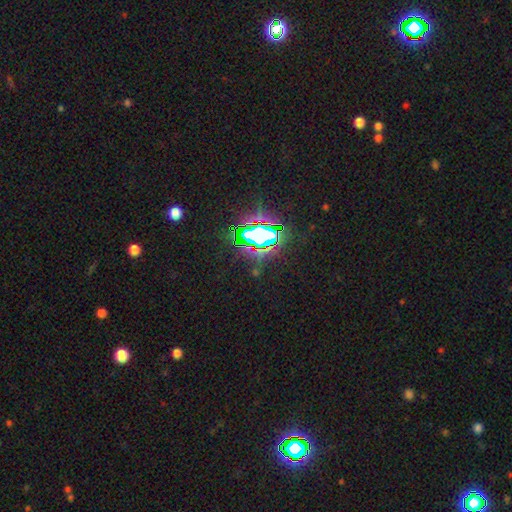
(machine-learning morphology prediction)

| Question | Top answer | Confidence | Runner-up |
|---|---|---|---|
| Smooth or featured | star or artifact | 81% | smooth (11%) |